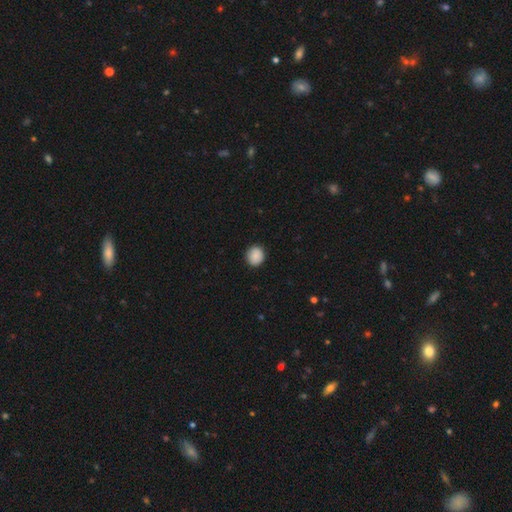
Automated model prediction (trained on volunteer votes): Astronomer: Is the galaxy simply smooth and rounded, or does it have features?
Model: smooth — 88%.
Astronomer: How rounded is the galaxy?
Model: round — 85%.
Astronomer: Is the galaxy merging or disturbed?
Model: none — 89%.